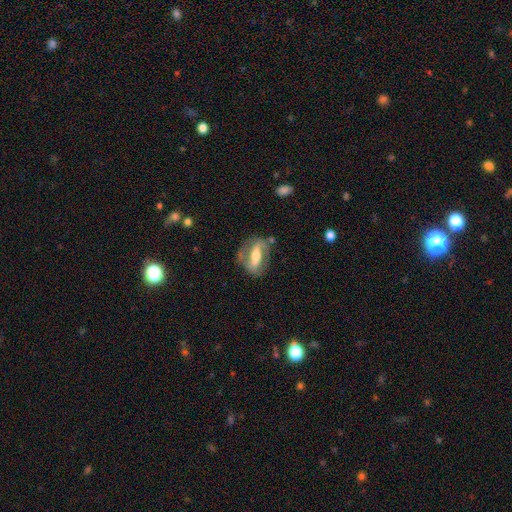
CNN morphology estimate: Smooth or featured? featured or disk (69%)
Edge-on disk? no (78%)
Bar? strong (67%)
Spiral arms? yes (56%)
Bulge size? moderate (63%)
Merging? none (69%)